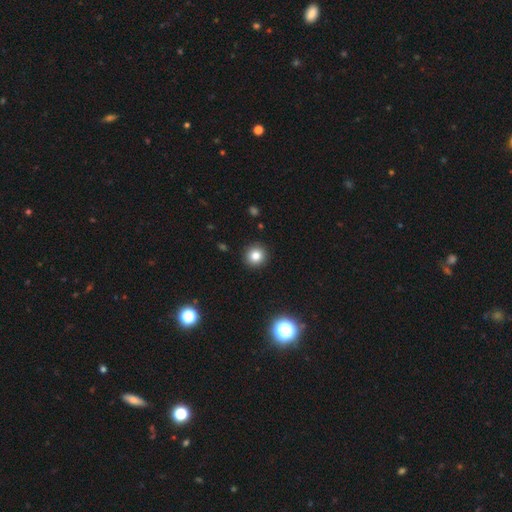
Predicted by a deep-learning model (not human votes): Smooth or featured? smooth (82%)
How rounded? round (93%)
Merging? none (92%)